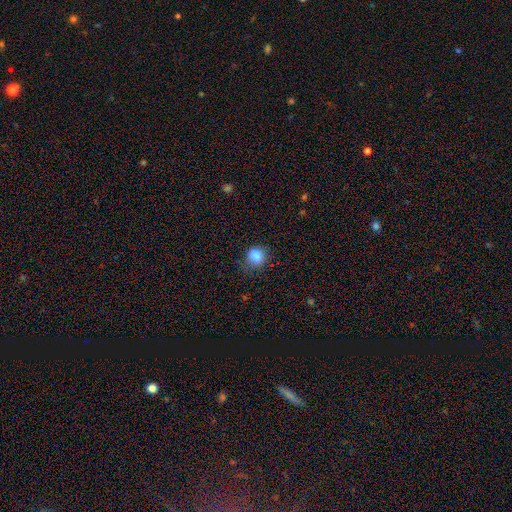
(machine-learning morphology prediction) Smooth or featured: smooth — 82% (star or artifact — 11%)
How rounded: round — 69% (in between — 30%)
Merging: none — 72% (minor disturbance — 21%)